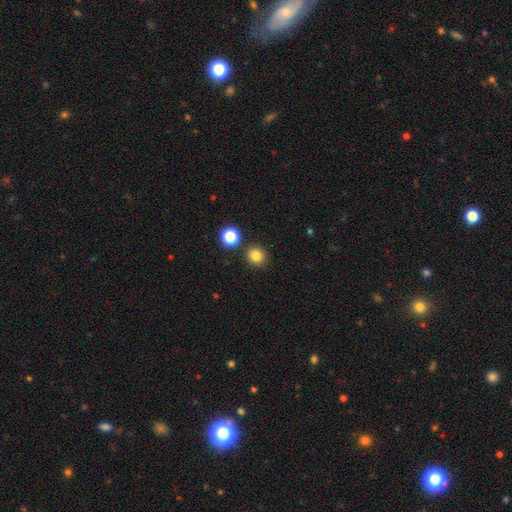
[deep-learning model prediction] smooth-or-featured: smooth: 82% | star or artifact: 13% | featured or disk: 5%
  how-rounded: round: 91% | in between: 8% | cigar-shaped: 1%
  merging: none: 86% | minor disturbance: 6% | merger: 5% | major disturbance: 2%